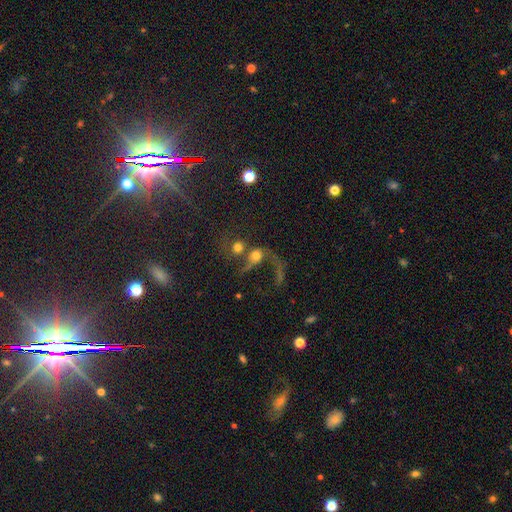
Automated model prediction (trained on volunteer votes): Q: Smooth or featured?
A: smooth (48%); runner-up: featured or disk (38%)
Q: Merging?
A: merger (59%); runner-up: major disturbance (21%)